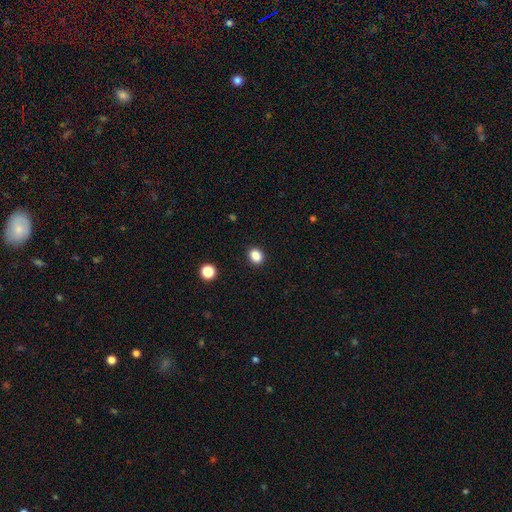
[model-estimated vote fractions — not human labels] Q: Smooth or featured?
A: smooth (87%); runner-up: star or artifact (11%)
Q: How rounded?
A: round (50%); runner-up: in between (49%)
Q: Merging?
A: none (90%); runner-up: minor disturbance (7%)